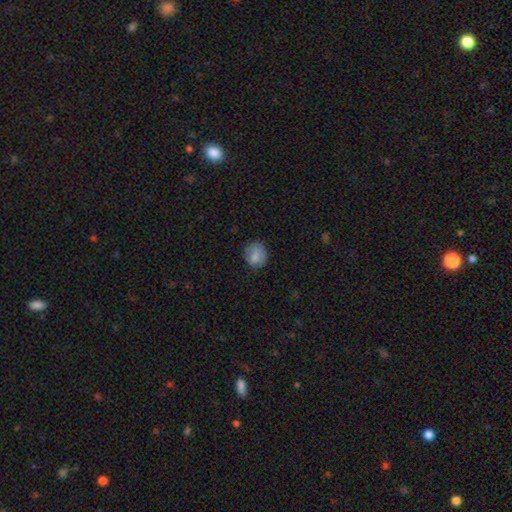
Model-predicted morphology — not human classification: This is clearly a smooth galaxy (80%). How rounded: likely round (73%). Merging: likely none (73%).